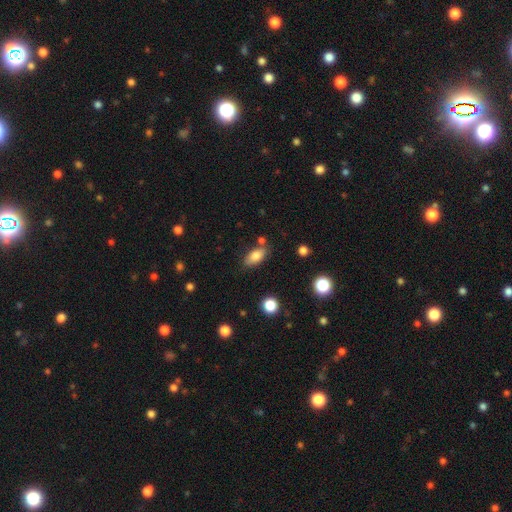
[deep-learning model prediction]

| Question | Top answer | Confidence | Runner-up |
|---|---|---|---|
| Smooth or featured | smooth | 80% | featured or disk (11%) |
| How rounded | in between | 88% | cigar-shaped (7%) |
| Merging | none | 76% | minor disturbance (14%) |